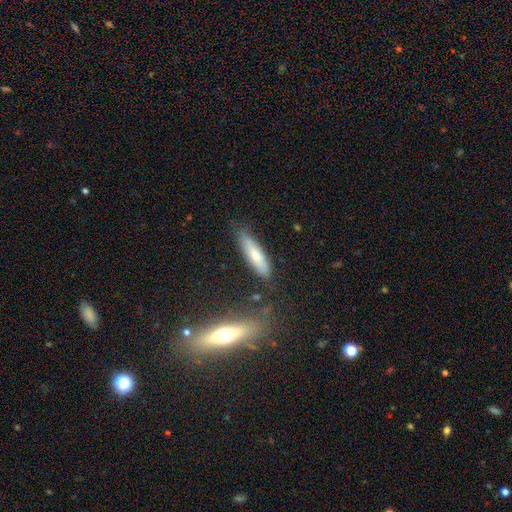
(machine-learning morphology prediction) smooth 66%, featured or disk 28%, star or artifact 7%. Down the decision tree: how rounded — cigar-shaped (69%); merging — none (80%).